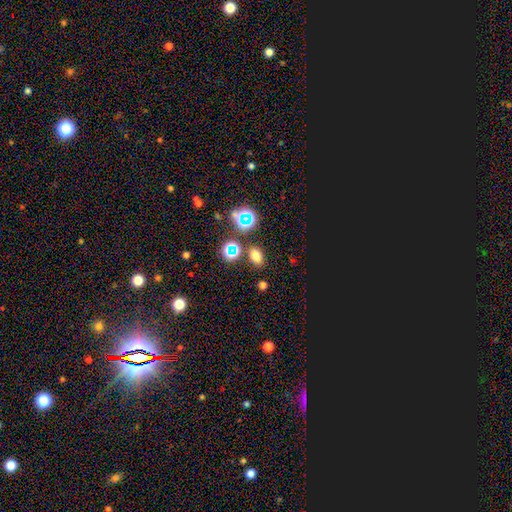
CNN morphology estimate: Smooth or featured?
  - smooth: 66% *
  - star or artifact: 26%
  - featured or disk: 8%
How rounded?
  - in between: 75% *
  - round: 23%
  - cigar-shaped: 2%
Merging?
  - none: 81% *
  - minor disturbance: 9%
  - merger: 6%
  - major disturbance: 3%